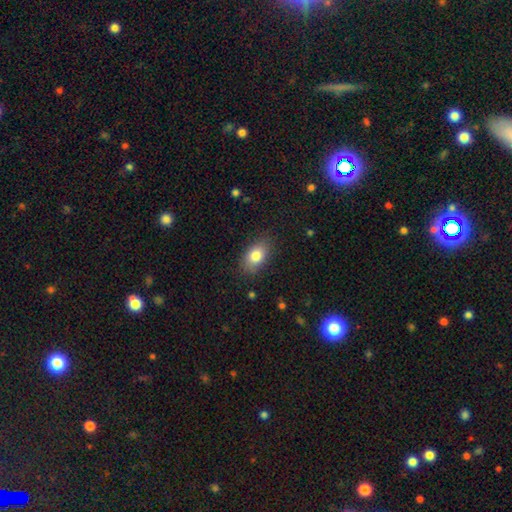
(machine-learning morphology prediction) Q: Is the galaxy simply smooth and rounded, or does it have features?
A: smooth — 81%.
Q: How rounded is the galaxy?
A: in between — 88%.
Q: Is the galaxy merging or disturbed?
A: none — 84%.